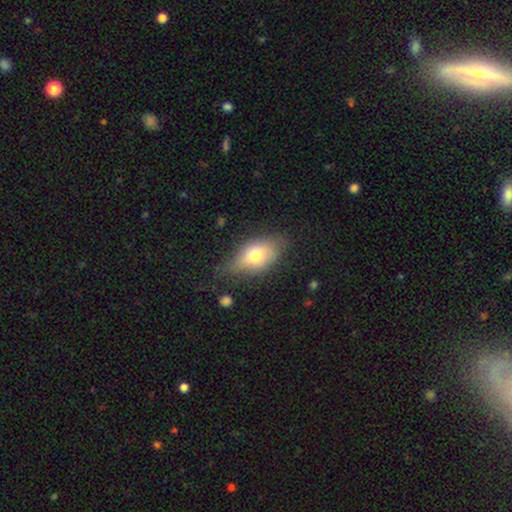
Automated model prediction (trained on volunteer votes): smooth 68%, featured or disk 23%, star or artifact 9%. Down the decision tree: how rounded — in between (84%); merging — none (59%).